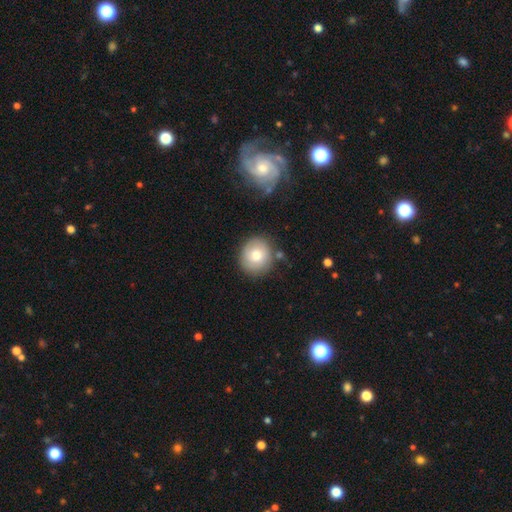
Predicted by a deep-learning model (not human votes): smooth 73%, featured or disk 19%, star or artifact 8%. Down the decision tree: how rounded — round (87%); merging — none (79%).